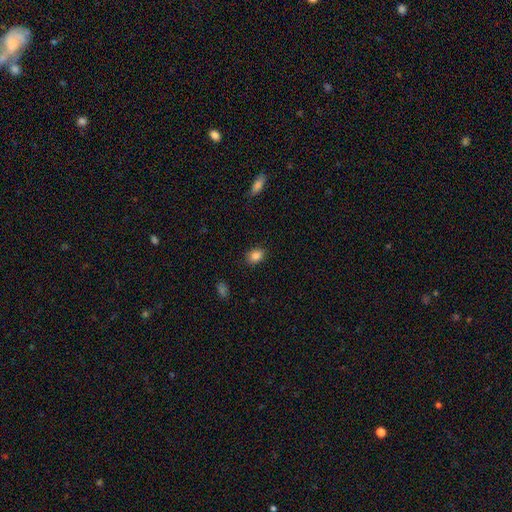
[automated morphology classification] Overall: smooth (86%). How rounded: in between (66%; round 33%). Merging: none (86%).